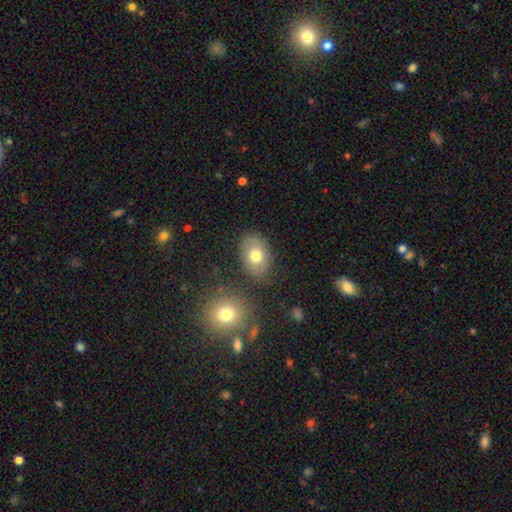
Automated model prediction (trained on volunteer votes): Q: Smooth or featured?
A: smooth (73%); runner-up: featured or disk (18%)
Q: How rounded?
A: in between (72%); runner-up: round (27%)
Q: Merging?
A: none (74%); runner-up: minor disturbance (15%)